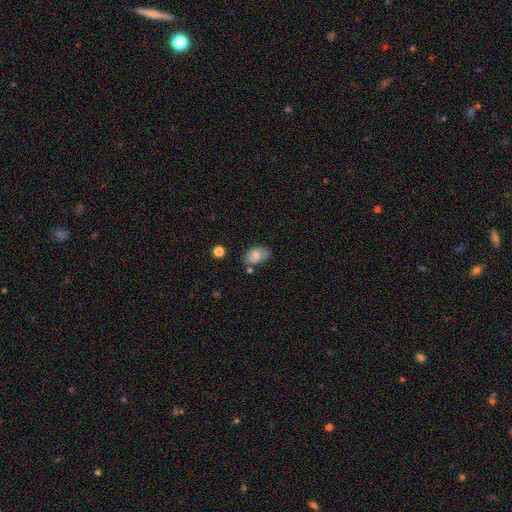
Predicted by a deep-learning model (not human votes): Q: Smooth or featured?
A: smooth (79%); runner-up: featured or disk (13%)
Q: How rounded?
A: in between (88%); runner-up: round (10%)
Q: Merging?
A: none (63%); runner-up: minor disturbance (24%)